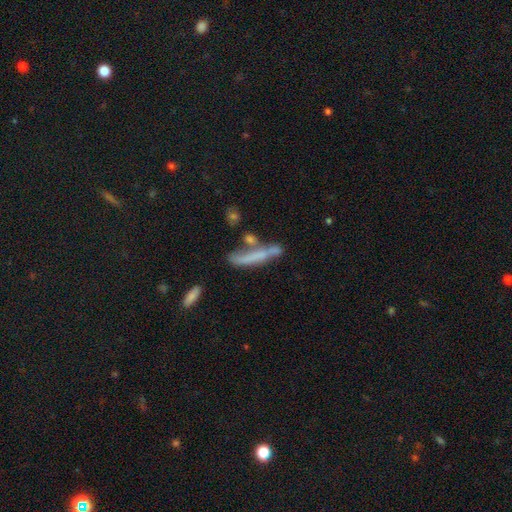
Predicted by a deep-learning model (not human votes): A smooth galaxy with no disk features (51%) that is cigar-shaped (89%). Merging: none (50%).